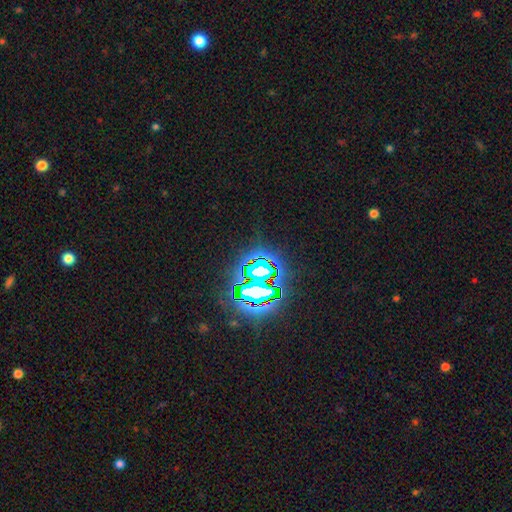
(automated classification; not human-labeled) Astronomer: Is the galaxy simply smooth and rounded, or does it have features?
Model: star or artifact — 85%.